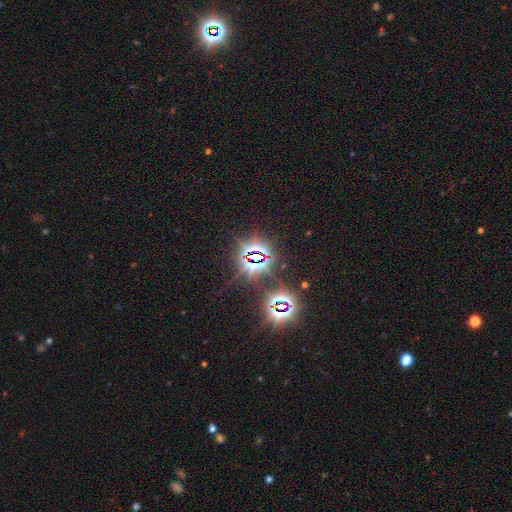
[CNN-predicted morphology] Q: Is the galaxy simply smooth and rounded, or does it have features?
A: star or artifact — 85%.